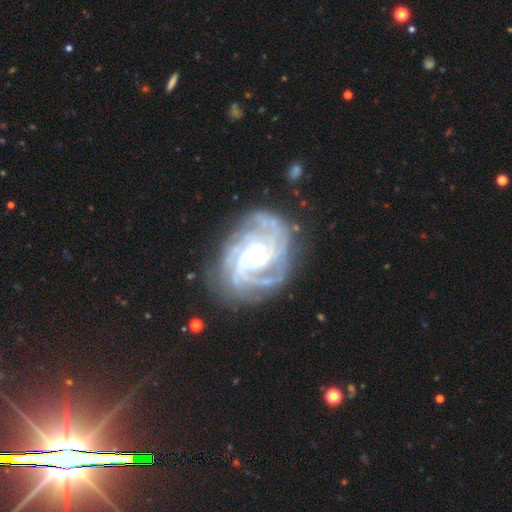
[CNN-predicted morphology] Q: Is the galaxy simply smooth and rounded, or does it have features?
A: featured or disk — 92%.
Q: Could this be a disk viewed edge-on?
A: no — 98%.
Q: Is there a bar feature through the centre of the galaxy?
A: no — 69%.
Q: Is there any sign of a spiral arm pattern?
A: yes — 98%.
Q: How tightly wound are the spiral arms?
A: tight — 70%.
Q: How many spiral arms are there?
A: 3 — 28%.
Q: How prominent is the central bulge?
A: small — 63%.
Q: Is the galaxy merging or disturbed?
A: none — 76%.